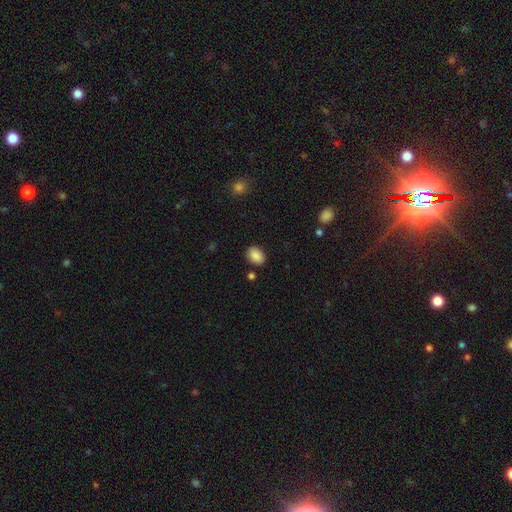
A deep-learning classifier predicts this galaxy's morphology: smooth_or_featured: smooth (p=0.88) [alt: star or artifact p=0.08]
how_rounded: in between (p=0.79) [alt: round p=0.20]
merging: none (p=0.85) [alt: minor disturbance p=0.10]